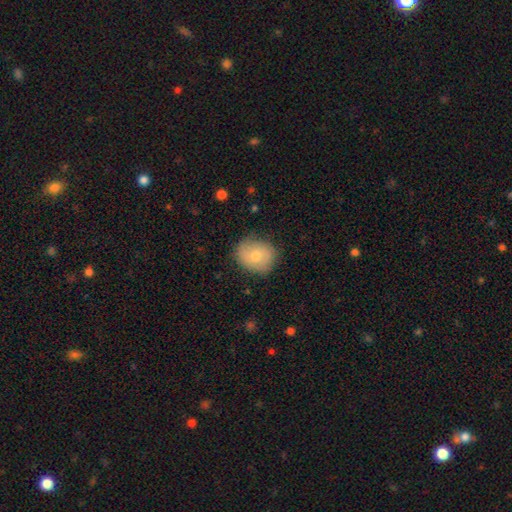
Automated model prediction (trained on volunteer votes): This is likely a smooth galaxy (69%). How rounded: likely round (64%). Merging: likely none (77%).